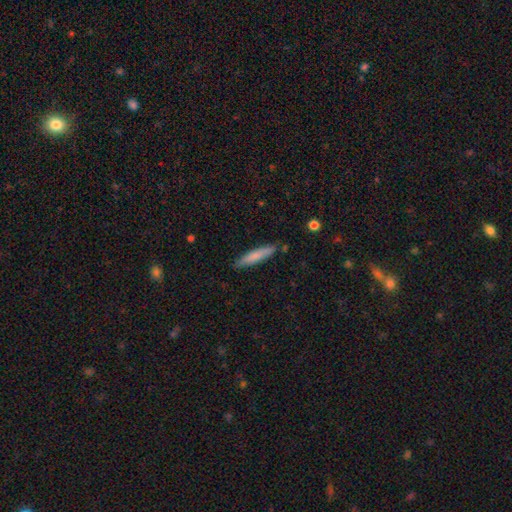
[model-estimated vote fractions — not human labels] Q: Smooth or featured?
A: smooth (76%); runner-up: featured or disk (18%)
Q: How rounded?
A: cigar-shaped (90%); runner-up: in between (9%)
Q: Merging?
A: none (85%); runner-up: minor disturbance (11%)